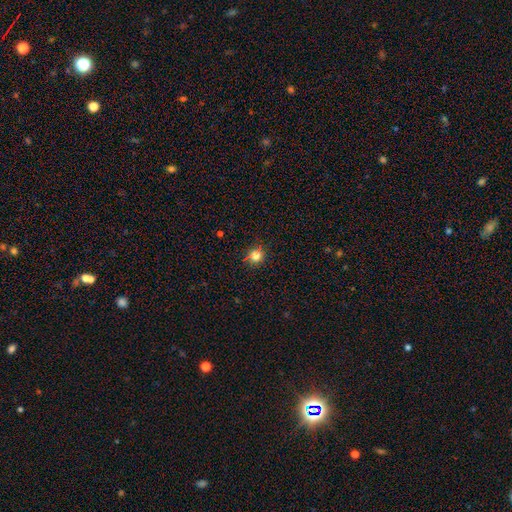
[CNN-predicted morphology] Smooth or featured: smooth — 76% (star or artifact — 18%)
How rounded: round — 88% (in between — 10%)
Merging: none — 85% (minor disturbance — 10%)